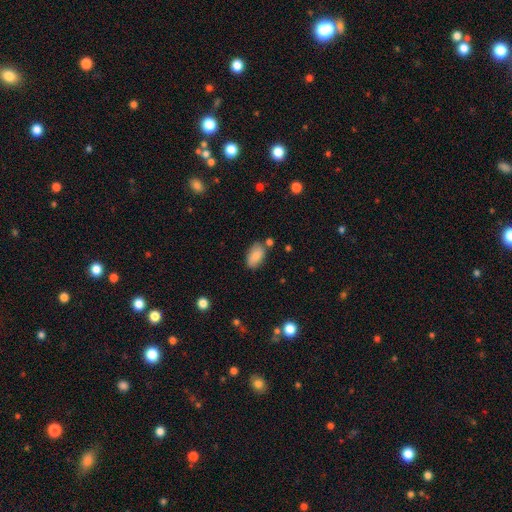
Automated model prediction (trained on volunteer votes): A smooth galaxy with no disk features (86%) that is in between round and cigar-shaped (93%).

Vote fractions:
- Smooth or featured? smooth: 86% / star or artifact: 7% / featured or disk: 7%
- How rounded? in between: 93% / round: 5% / cigar-shaped: 2%
- Merging? none: 74% / minor disturbance: 16% / merger: 7% / major disturbance: 4%